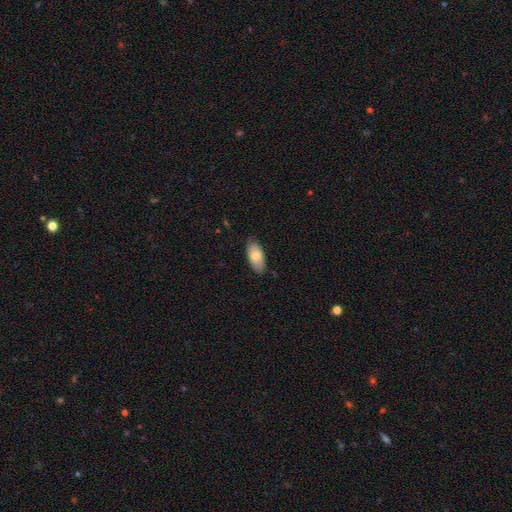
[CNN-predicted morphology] type=smooth (78%); roundness=in between (91%); merging=none (82%).